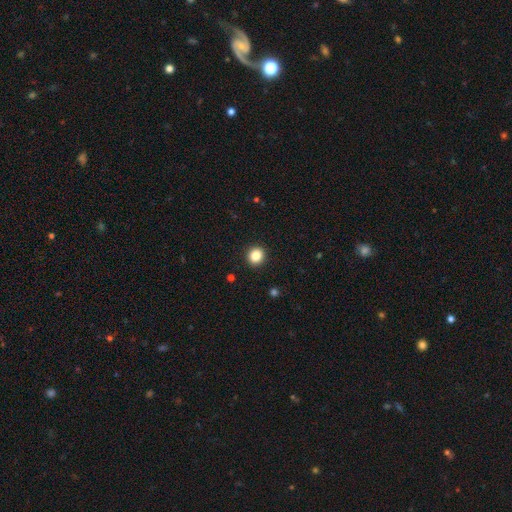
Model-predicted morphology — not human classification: smooth-or-featured: smooth: 85% | star or artifact: 10% | featured or disk: 5%
  how-rounded: round: 88% | in between: 11% | cigar-shaped: 1%
  merging: none: 93% | minor disturbance: 4% | major disturbance: 2% | merger: 1%